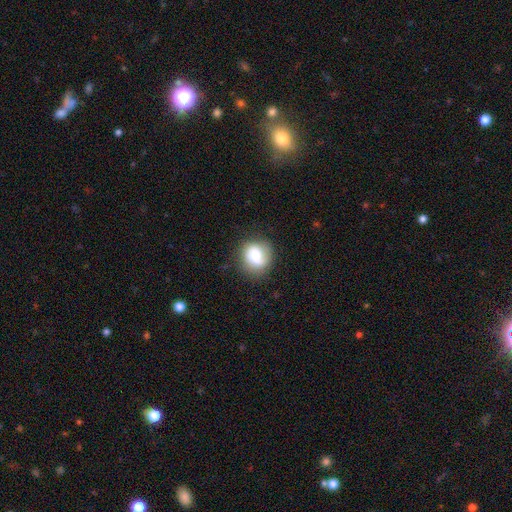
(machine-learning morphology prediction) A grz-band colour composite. It shows a smooth galaxy with no disk features (62%) that is round (83%). Merging: none (75%).